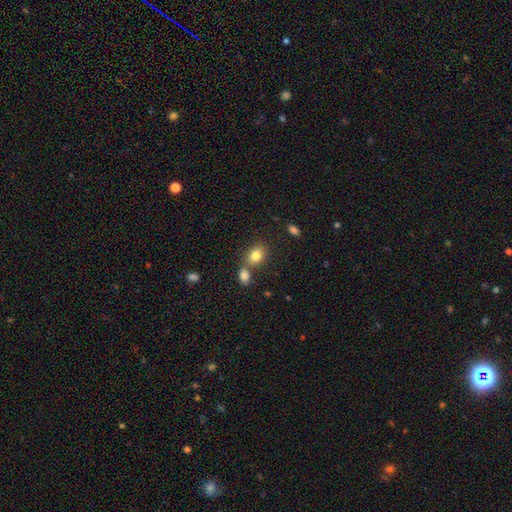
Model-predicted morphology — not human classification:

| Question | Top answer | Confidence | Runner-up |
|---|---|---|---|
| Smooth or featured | smooth | 83% | star or artifact (10%) |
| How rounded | in between | 61% | round (37%) |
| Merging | none | 55% | merger (30%) |